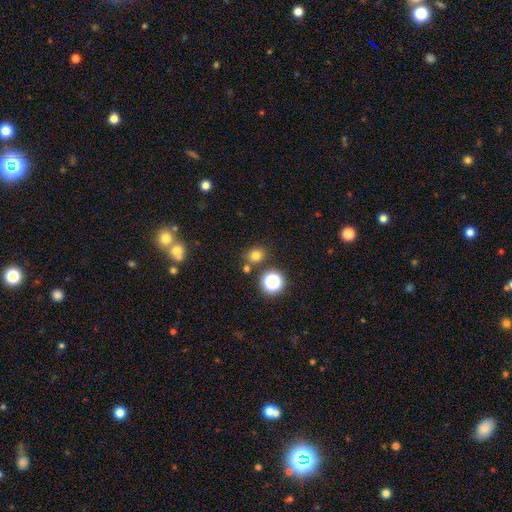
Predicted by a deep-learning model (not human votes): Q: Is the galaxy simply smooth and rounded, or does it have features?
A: smooth — 75%.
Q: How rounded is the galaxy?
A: round — 73%.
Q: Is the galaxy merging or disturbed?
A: none — 77%.